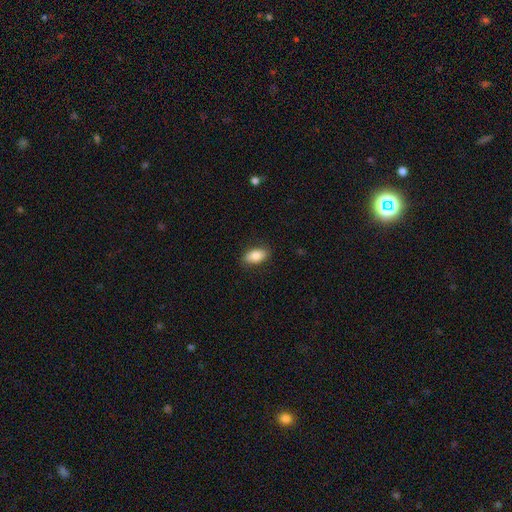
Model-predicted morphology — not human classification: smooth_or_featured: smooth (p=0.84) [alt: featured or disk p=0.09]
how_rounded: in between (p=0.92) [alt: round p=0.05]
merging: none (p=0.86) [alt: minor disturbance p=0.11]